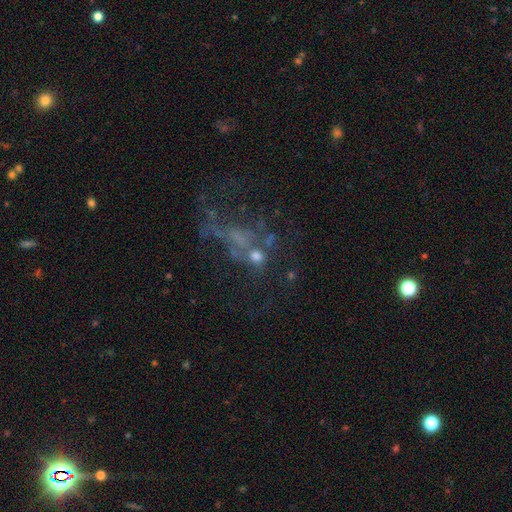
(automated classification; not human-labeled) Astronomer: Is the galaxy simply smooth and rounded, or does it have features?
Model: featured or disk — 44% (runner-up: star or artifact, 30%).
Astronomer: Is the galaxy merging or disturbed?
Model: none — 37% (runner-up: major disturbance, 36%).